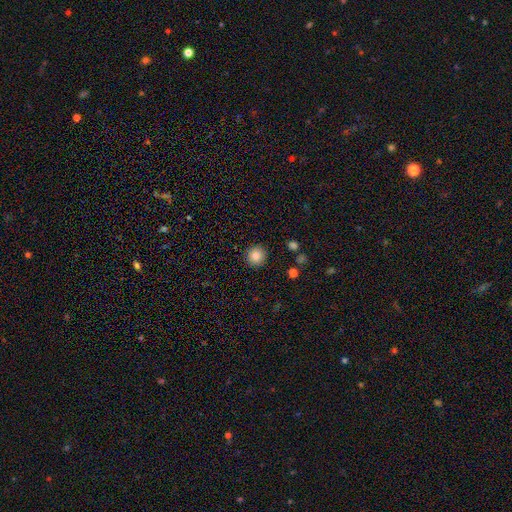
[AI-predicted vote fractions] smooth 85%, star or artifact 10%, featured or disk 5%. Down the decision tree: how rounded — round (94%); merging — none (91%).